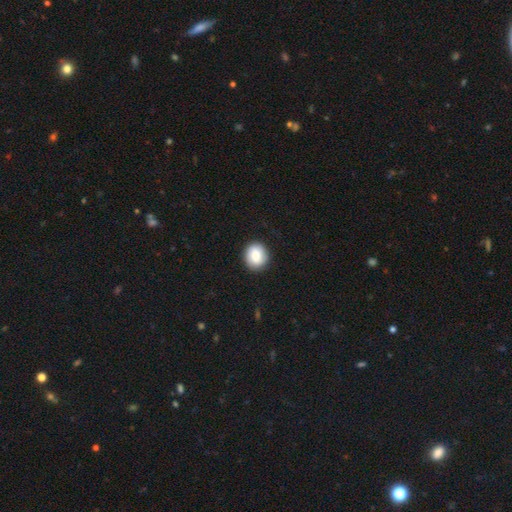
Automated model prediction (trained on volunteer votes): smooth_or_featured: smooth (p=0.81) [alt: featured or disk p=0.12]
how_rounded: round (p=0.76) [alt: in between p=0.23]
merging: none (p=0.87) [alt: minor disturbance p=0.09]